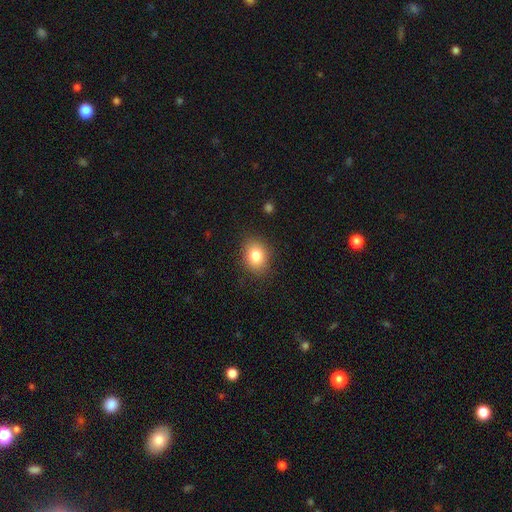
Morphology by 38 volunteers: This appears to be a smooth galaxy with no disk features (95%) that is in between round and cigar-shaped (72%). Merging: none (82%).